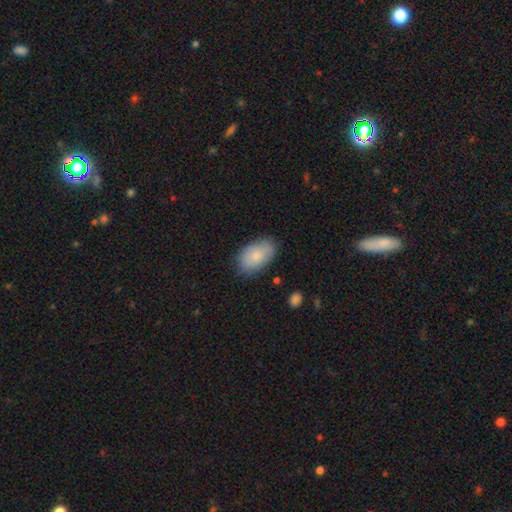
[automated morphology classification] type=smooth (81%); roundness=in between (93%); merging=none (82%).